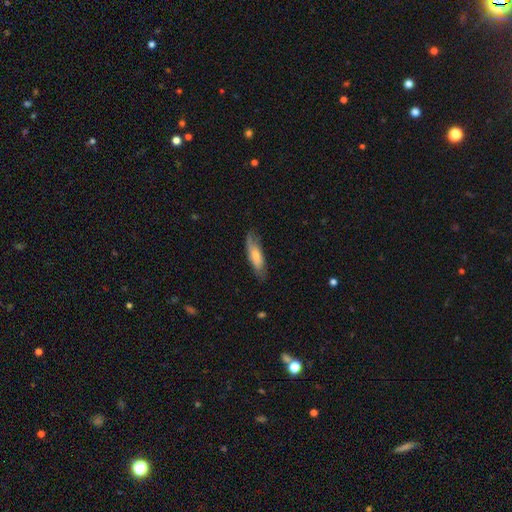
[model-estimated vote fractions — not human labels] A smooth galaxy with no disk features (62%) that is in between round and cigar-shaped (51%). Merging: none (69%).